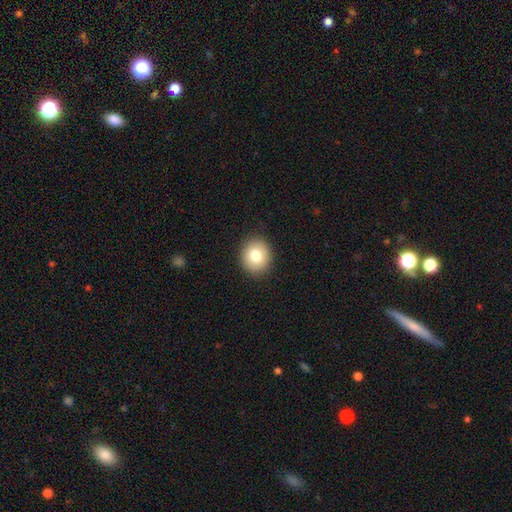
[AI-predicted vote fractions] This appears to be a smooth galaxy with no disk features (78%) that is round (75%). Merging: none (90%).